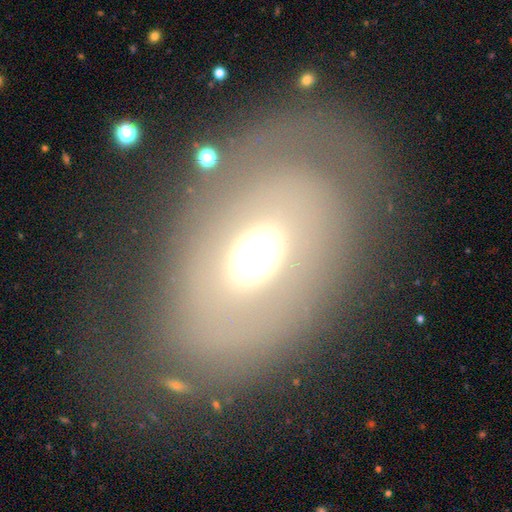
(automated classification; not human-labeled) Smooth or featured? featured or disk (44%, tied with smooth)
Merging? none (68%)